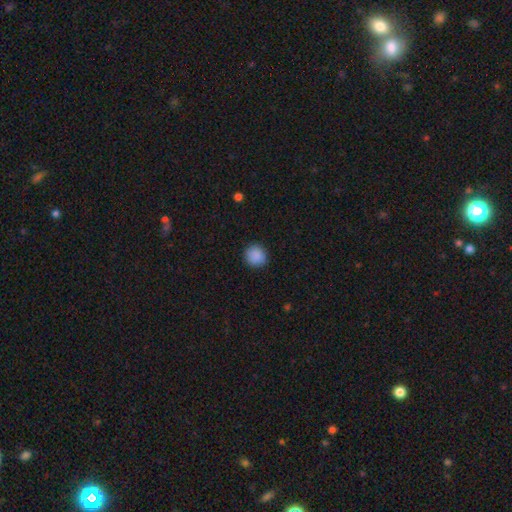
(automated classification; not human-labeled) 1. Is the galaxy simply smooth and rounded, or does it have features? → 89% smooth, 8% star or artifact, 3% featured or disk.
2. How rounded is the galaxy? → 89% round, 10% in between, 1% cigar-shaped.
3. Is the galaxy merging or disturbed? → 89% none, 8% minor disturbance, 2% major disturbance, 1% merger.